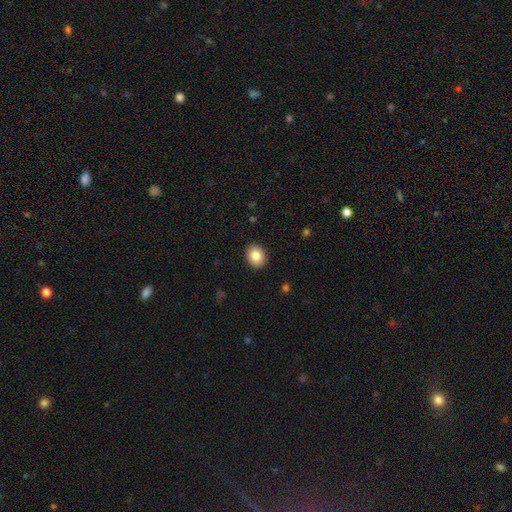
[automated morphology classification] A smooth galaxy with no disk features (84%) that is round (54%).

Vote fractions:
- Smooth or featured? smooth: 84% / star or artifact: 8% / featured or disk: 8%
- How rounded? round: 54% / in between: 45% / cigar-shaped: 1%
- Merging? none: 91% / minor disturbance: 6% / major disturbance: 2% / merger: 1%